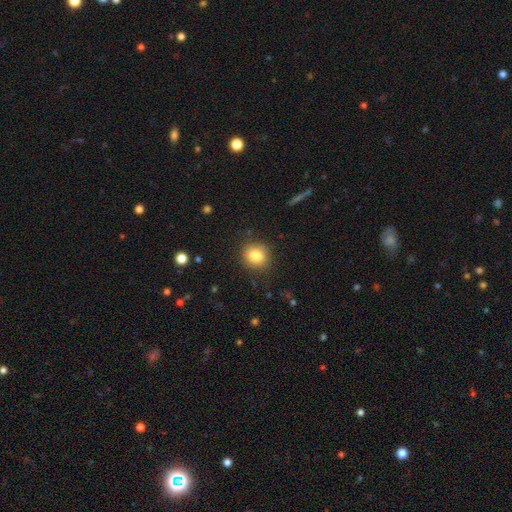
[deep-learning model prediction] Smooth or featured? Predicted: smooth (p=0.82). How rounded? Predicted: round (p=0.81). Merging? Predicted: none (p=0.86).